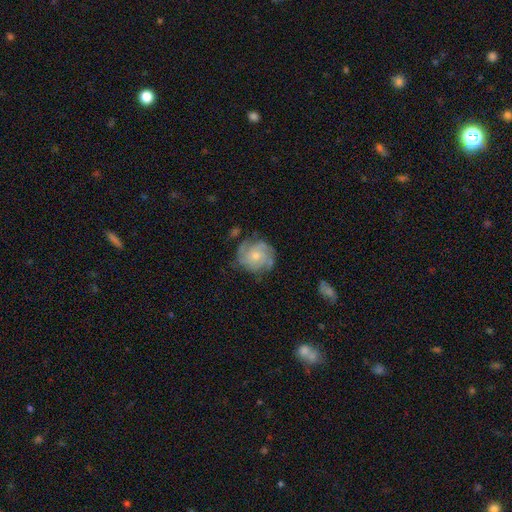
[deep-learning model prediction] This appears to be a featured or disk galaxy (60%) with no bar (79%), spiral arms (81%) and a moderate central bulge (46%). Merging: none (65%).